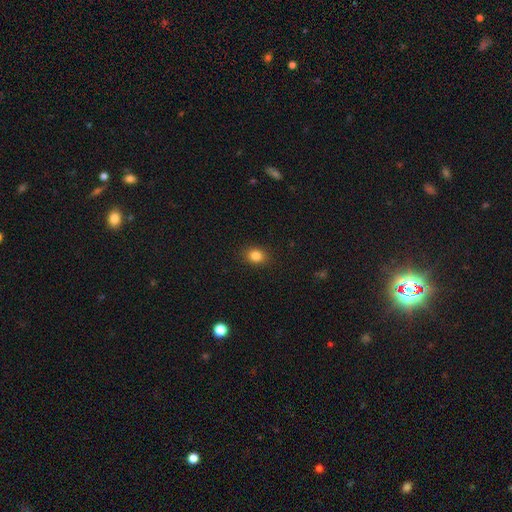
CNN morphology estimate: smooth-or-featured: smooth: 84% | star or artifact: 11% | featured or disk: 5%
  how-rounded: round: 54% | in between: 45% | cigar-shaped: 1%
  merging: none: 89% | minor disturbance: 8% | major disturbance: 2% | merger: 1%